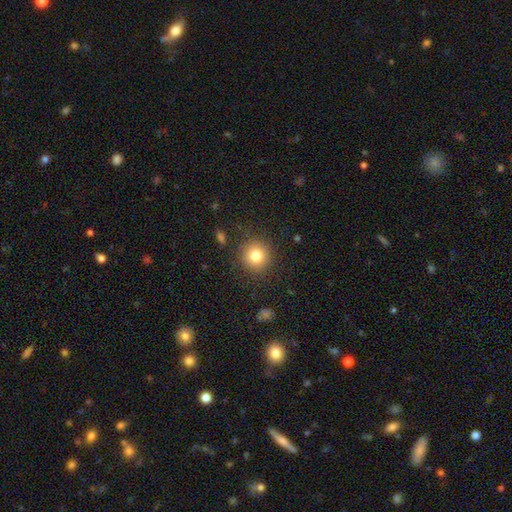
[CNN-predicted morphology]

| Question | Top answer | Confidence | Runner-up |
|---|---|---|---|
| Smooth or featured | smooth | 80% | star or artifact (11%) |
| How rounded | round | 93% | in between (6%) |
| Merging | none | 89% | minor disturbance (7%) |